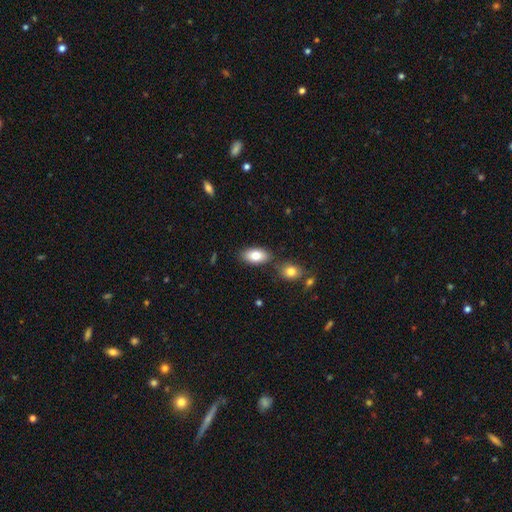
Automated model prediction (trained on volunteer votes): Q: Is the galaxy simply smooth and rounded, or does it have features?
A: smooth — 80%.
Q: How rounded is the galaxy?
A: in between — 93%.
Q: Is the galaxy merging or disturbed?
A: none — 78%.